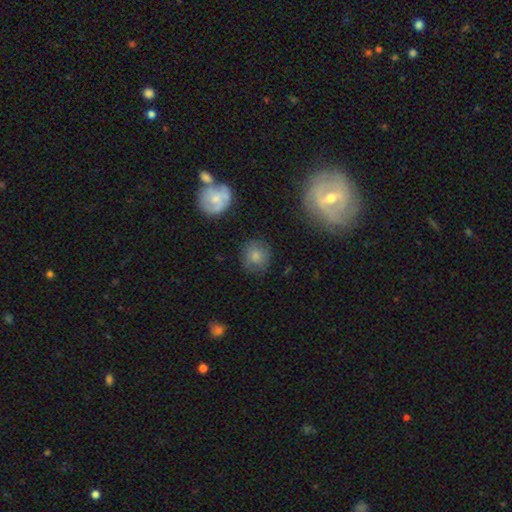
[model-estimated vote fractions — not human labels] Smooth or featured: smooth — 75% (featured or disk — 15%)
How rounded: round — 87% (in between — 12%)
Merging: none — 80% (minor disturbance — 14%)